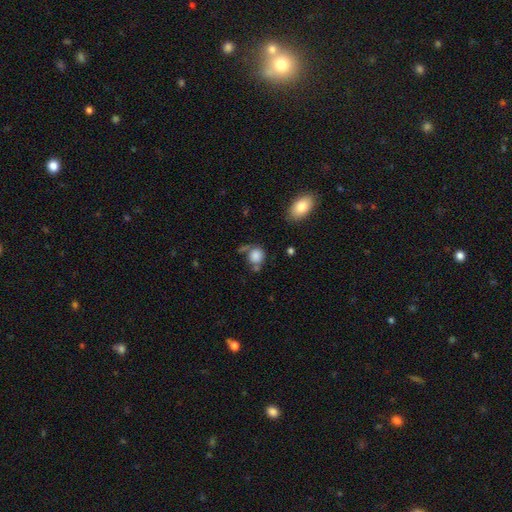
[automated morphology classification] A smooth galaxy with no disk features (83%) that is round (78%). Merging: none (51%).